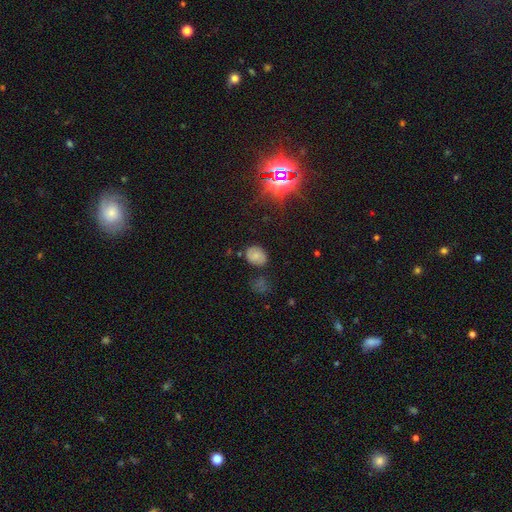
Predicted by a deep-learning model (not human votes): The model was most divided on "how rounded": in between: 54%, round: 44%, cigar-shaped: 1%. More confident: merging — none (75%); smooth or featured — smooth (64%).